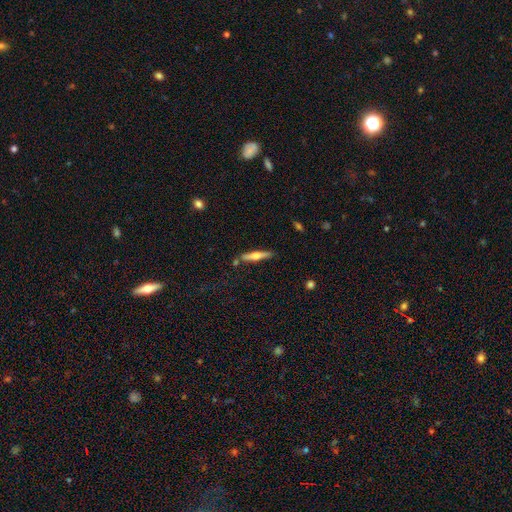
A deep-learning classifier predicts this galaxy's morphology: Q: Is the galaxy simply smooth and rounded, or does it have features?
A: featured or disk — 53%.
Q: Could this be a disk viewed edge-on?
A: yes — 95%.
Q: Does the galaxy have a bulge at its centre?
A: rounded — 88%.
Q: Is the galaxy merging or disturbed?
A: none — 83%.